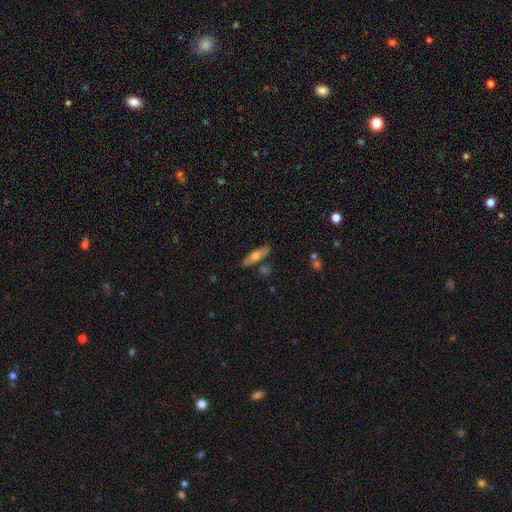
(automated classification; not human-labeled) This is possibly a smooth galaxy (57%). How rounded: possibly cigar-shaped (60%). Merging: likely none (80%).